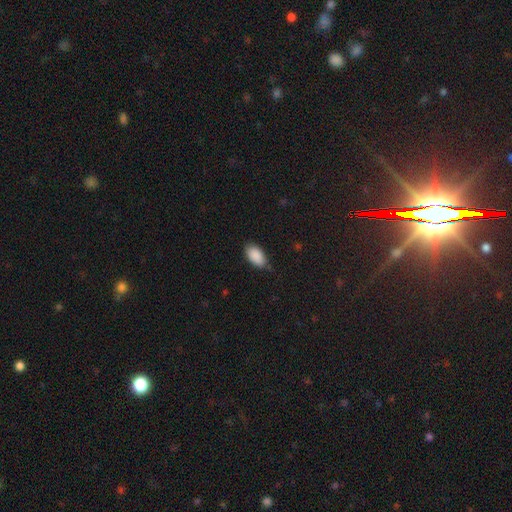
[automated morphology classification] The model was most divided on "merging": none: 74%, minor disturbance: 21%, major disturbance: 3%, merger: 1%. More confident: how rounded — in between (95%); smooth or featured — smooth (90%).